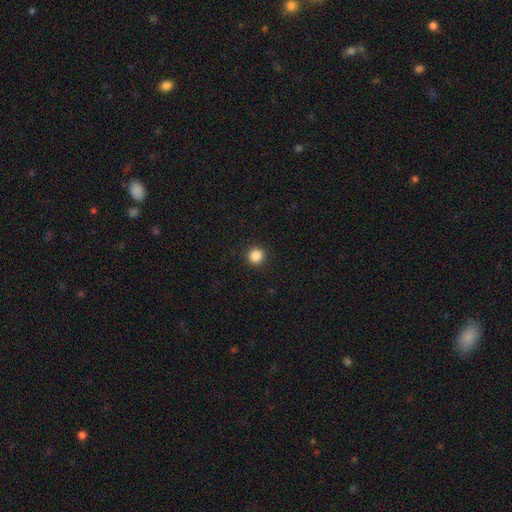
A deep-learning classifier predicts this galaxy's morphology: smooth 86%, star or artifact 11%, featured or disk 3%. Down the decision tree: how rounded — round (95%); merging — none (93%).